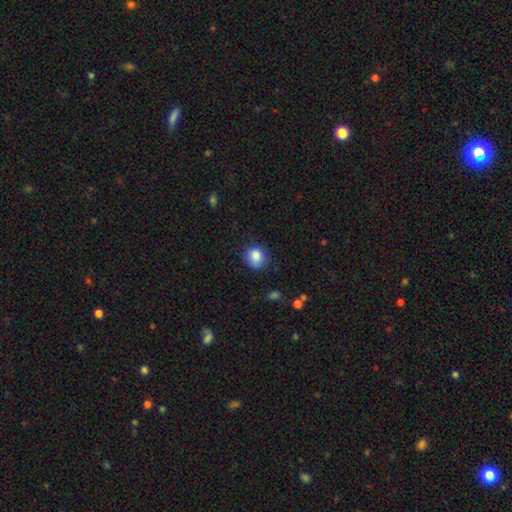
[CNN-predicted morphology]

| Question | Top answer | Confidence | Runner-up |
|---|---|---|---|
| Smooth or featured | smooth | 85% | star or artifact (9%) |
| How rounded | round | 81% | in between (18%) |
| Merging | none | 73% | minor disturbance (20%) |